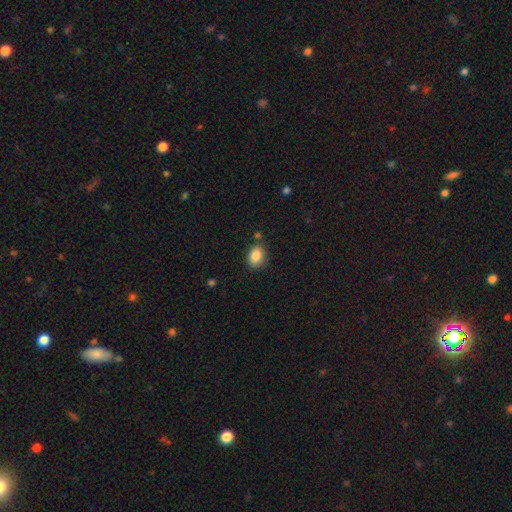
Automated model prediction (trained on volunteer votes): Smooth or featured: smooth — 86% (star or artifact — 8%)
How rounded: in between — 68% (round — 31%)
Merging: none — 79% (minor disturbance — 14%)